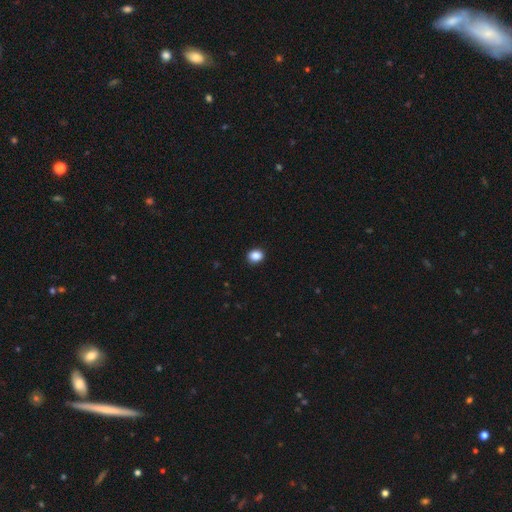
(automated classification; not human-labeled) smooth-or-featured: smooth: 88% | star or artifact: 9% | featured or disk: 3%
  how-rounded: round: 54% | in between: 45% | cigar-shaped: 1%
  merging: none: 91% | minor disturbance: 7% | major disturbance: 2% | merger: 1%